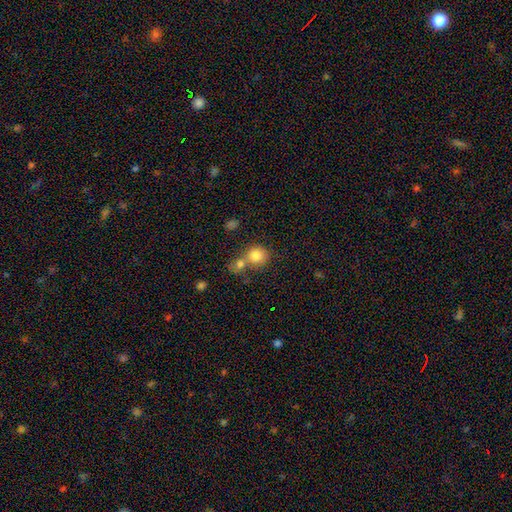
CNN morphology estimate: Overall: smooth (82%). How rounded: round (83%). Merging: none (45%; merger 44%).